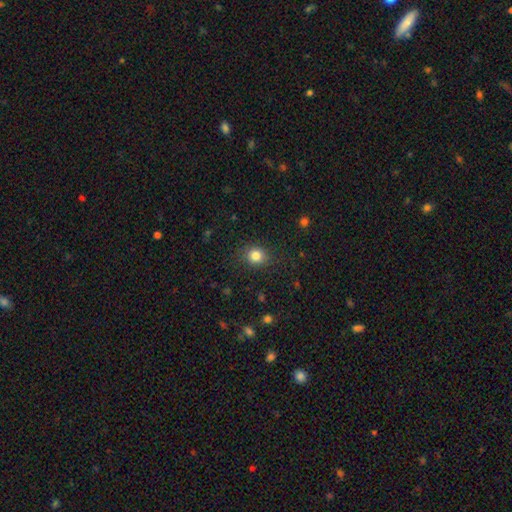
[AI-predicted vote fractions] Morphology: type=smooth (83%); roundness=round (75%); merging=none (84%).